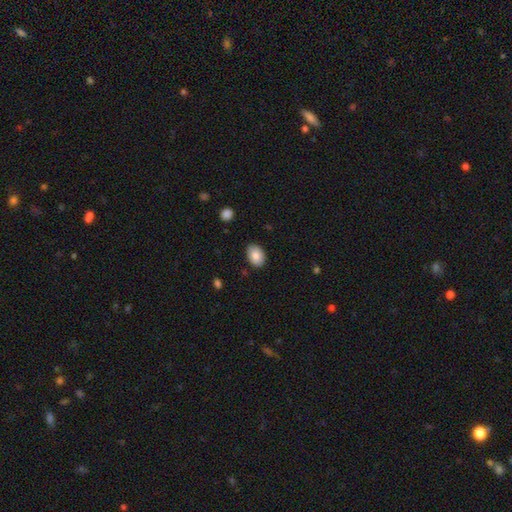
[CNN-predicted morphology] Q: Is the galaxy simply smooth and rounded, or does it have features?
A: smooth — 85%.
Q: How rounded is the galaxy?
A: in between — 81%.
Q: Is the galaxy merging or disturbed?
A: none — 83%.